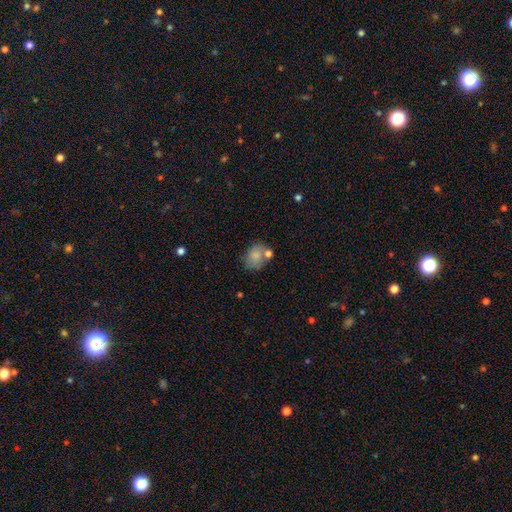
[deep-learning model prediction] Smooth or featured?
  - smooth: 78% *
  - featured or disk: 14%
  - star or artifact: 9%
How rounded?
  - in between: 50% *
  - round: 49%
  - cigar-shaped: 1%
Merging?
  - none: 53% *
  - merger: 21%
  - minor disturbance: 19%
  - major disturbance: 7%